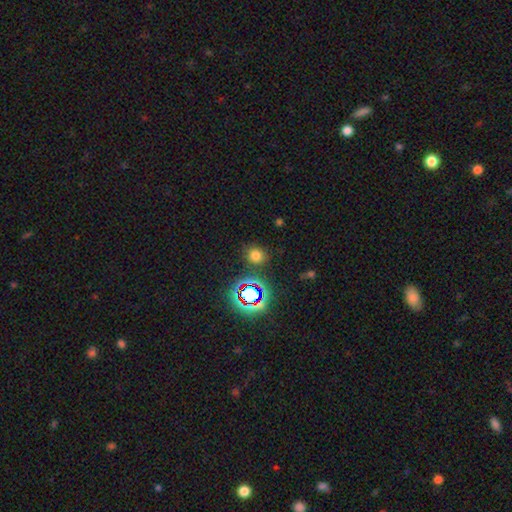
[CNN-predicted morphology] Overall: smooth (68%). How rounded: round (82%). Merging: none (84%).